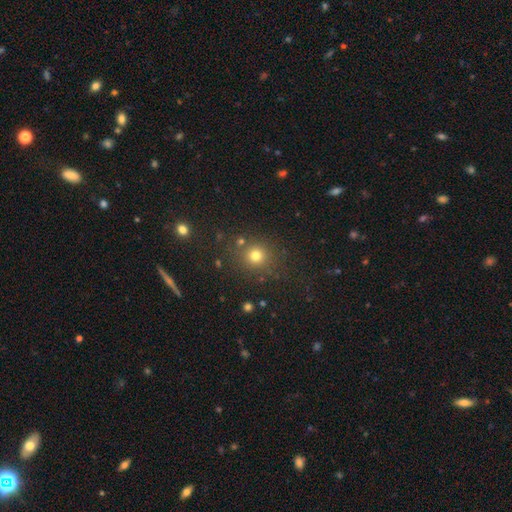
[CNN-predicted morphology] This appears to be a smooth galaxy with no disk features (76%) that is round (90%). Merging: none (83%).